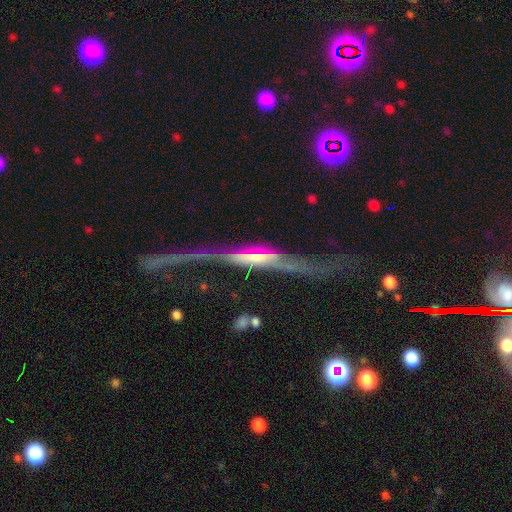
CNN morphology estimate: A featured or disk galaxy (83%) viewed edge-on (77%) with a rounded central bulge (44%). Merging: none (46%).